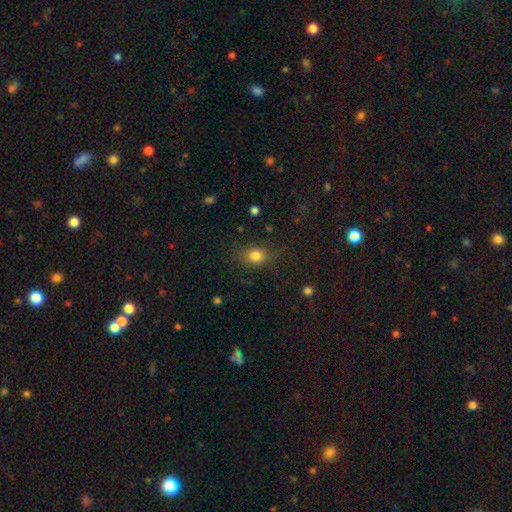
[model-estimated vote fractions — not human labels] Smooth or featured? smooth (82%)
How rounded? in between (52%)
Merging? none (79%)